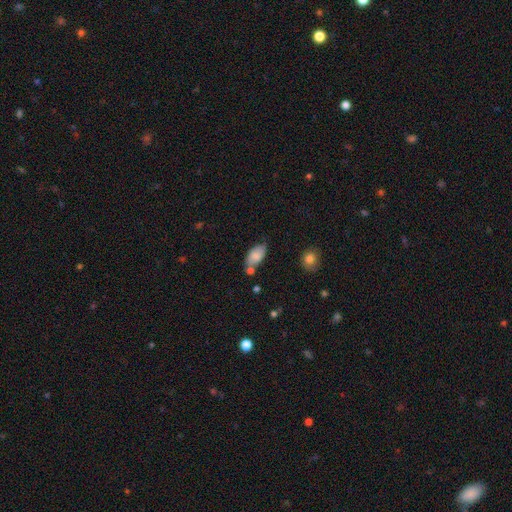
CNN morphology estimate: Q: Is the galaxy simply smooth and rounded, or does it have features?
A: smooth — 79%.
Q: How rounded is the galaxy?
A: in between — 93%.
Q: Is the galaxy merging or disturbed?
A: none — 56%.